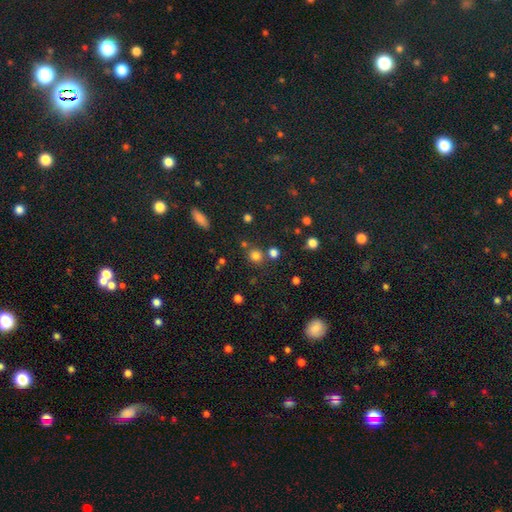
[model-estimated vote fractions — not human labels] smooth-or-featured: smooth: 76% | star or artifact: 18% | featured or disk: 6%
  how-rounded: round: 87% | in between: 11% | cigar-shaped: 1%
  merging: none: 75% | merger: 13% | minor disturbance: 9% | major disturbance: 3%